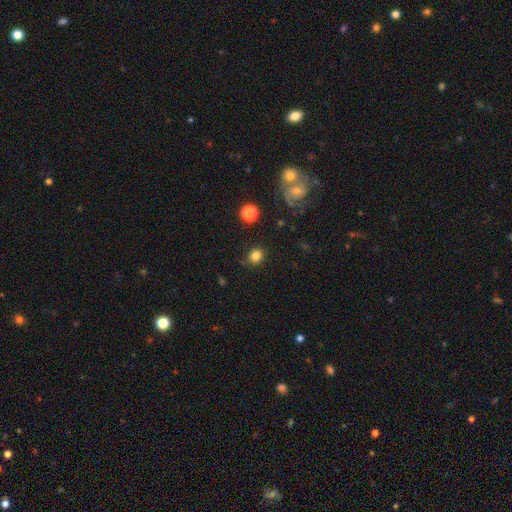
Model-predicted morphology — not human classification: A smooth galaxy with no disk features (82%) that is round (80%).

Vote fractions:
- Smooth or featured? smooth: 82% / star or artifact: 12% / featured or disk: 6%
- How rounded? round: 80% / in between: 19% / cigar-shaped: 1%
- Merging? none: 85% / minor disturbance: 10% / major disturbance: 3% / merger: 2%